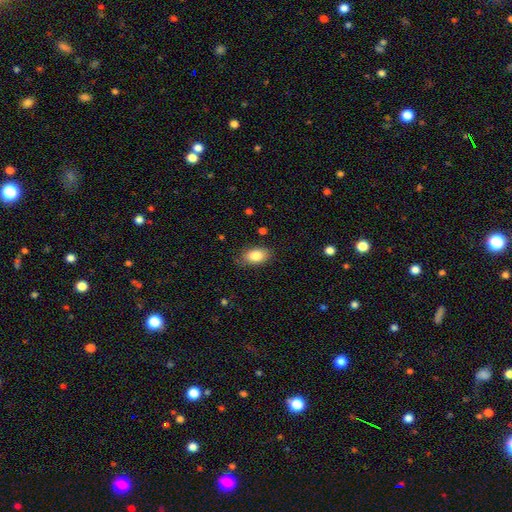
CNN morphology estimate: Smooth or featured: smooth — 84% (featured or disk — 9%)
How rounded: in between — 91% (round — 7%)
Merging: none — 78% (minor disturbance — 17%)